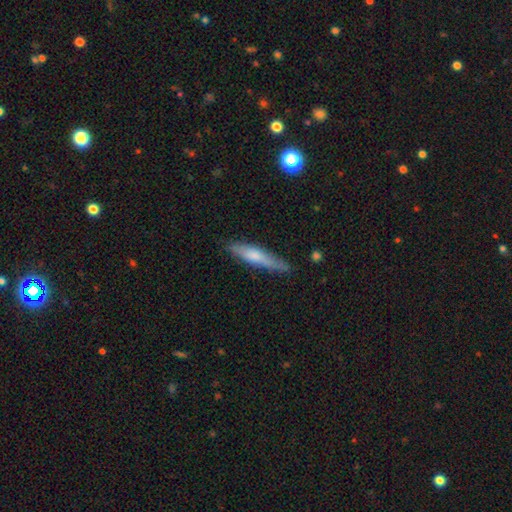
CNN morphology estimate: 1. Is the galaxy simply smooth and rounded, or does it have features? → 52% smooth, 42% featured or disk, 7% star or artifact.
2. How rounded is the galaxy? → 90% cigar-shaped, 9% in between, 2% round.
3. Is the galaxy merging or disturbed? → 82% none, 14% minor disturbance, 3% major disturbance, 2% merger.